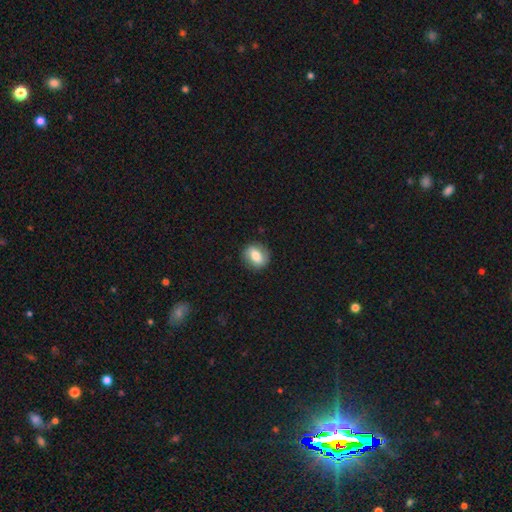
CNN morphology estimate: This is likely a smooth galaxy (61%). How rounded: possibly round (55%). Merging: clearly none (85%).